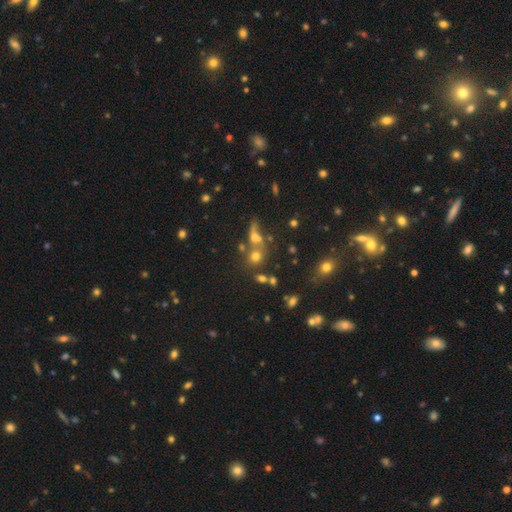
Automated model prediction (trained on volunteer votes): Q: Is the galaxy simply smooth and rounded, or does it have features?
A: smooth — 57%.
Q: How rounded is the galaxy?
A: round — 79%.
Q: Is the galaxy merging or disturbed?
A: none — 48%.